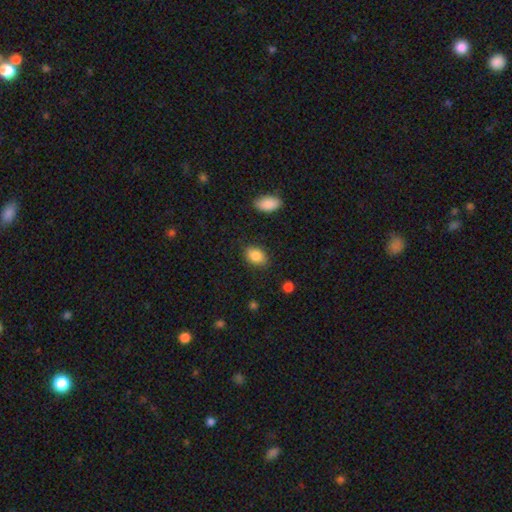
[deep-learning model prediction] A smooth galaxy with no disk features (85%) that is in between round and cigar-shaped (78%). Merging: none (84%).